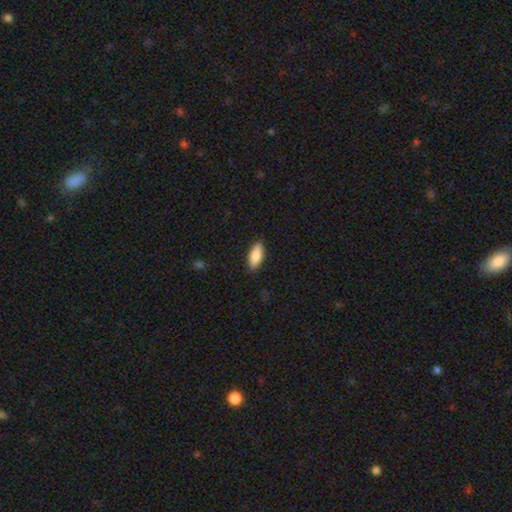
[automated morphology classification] Smooth or featured: smooth — 86% (featured or disk — 9%)
How rounded: in between — 80% (cigar-shaped — 18%)
Merging: none — 87% (minor disturbance — 10%)